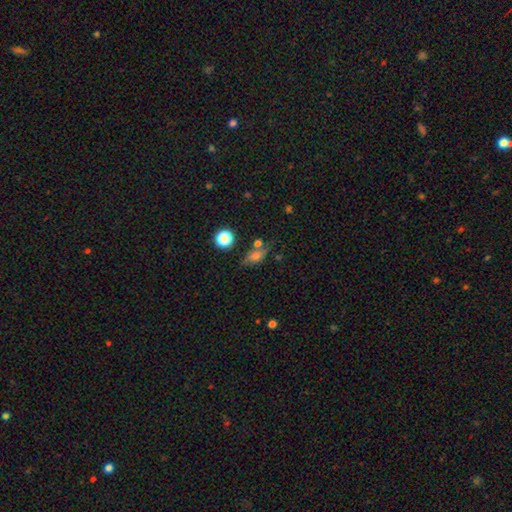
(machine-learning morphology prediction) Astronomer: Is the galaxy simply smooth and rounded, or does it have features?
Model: smooth — 56%.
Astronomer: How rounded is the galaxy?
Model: in between — 60%.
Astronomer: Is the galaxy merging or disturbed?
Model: none — 62%.